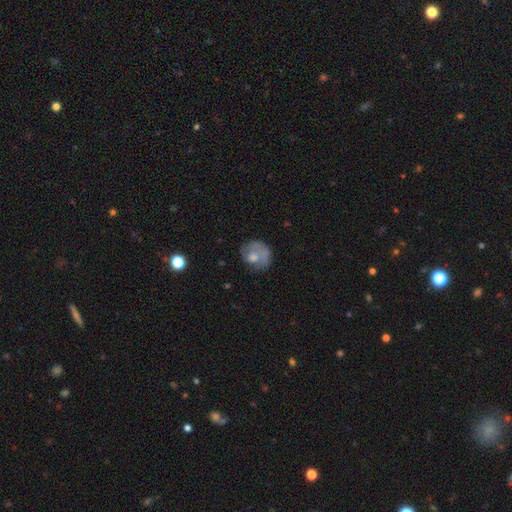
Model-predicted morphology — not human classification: smooth_or_featured: smooth (p=0.55) [alt: featured or disk p=0.36]
how_rounded: round (p=0.67) [alt: in between p=0.32]
merging: none (p=0.44) [alt: minor disturbance p=0.27]